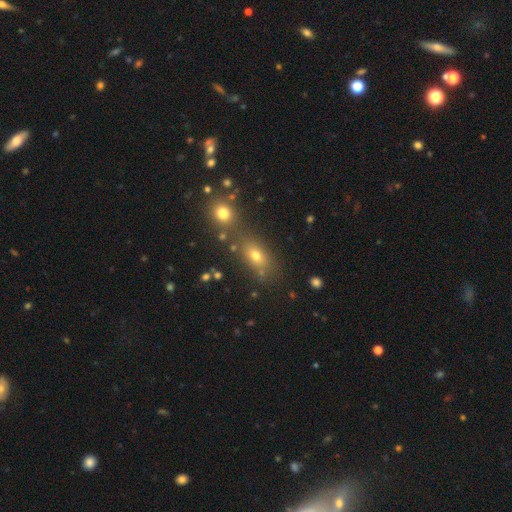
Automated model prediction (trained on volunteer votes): This appears to be a smooth galaxy with no disk features (63%) that is in between round and cigar-shaped (67%). Merging: none (62%).